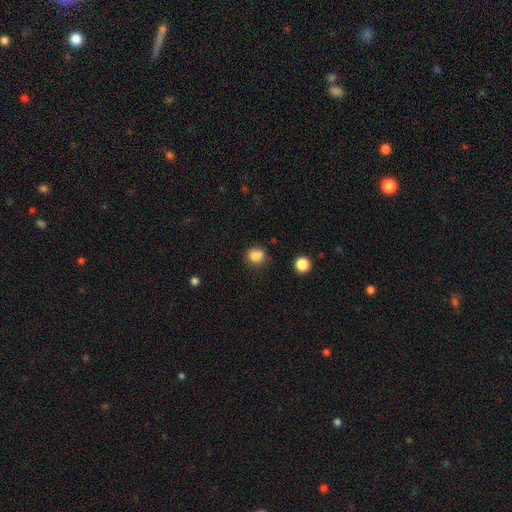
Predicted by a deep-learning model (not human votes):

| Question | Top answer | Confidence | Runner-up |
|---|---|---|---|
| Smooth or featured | smooth | 82% | star or artifact (11%) |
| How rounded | round | 72% | in between (27%) |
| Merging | none | 64% | minor disturbance (19%) |